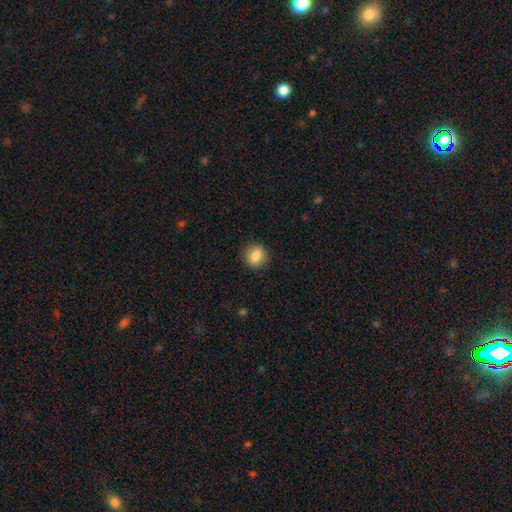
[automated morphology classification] Smooth or featured? smooth (84%)
How rounded? round (74%)
Merging? none (86%)